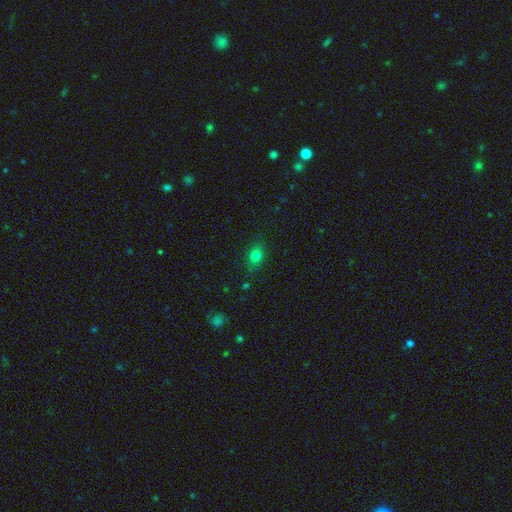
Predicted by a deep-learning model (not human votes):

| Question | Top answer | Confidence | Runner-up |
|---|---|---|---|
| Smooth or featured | smooth | 75% | star or artifact (14%) |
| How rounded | in between | 63% | round (32%) |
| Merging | none | 81% | minor disturbance (14%) |